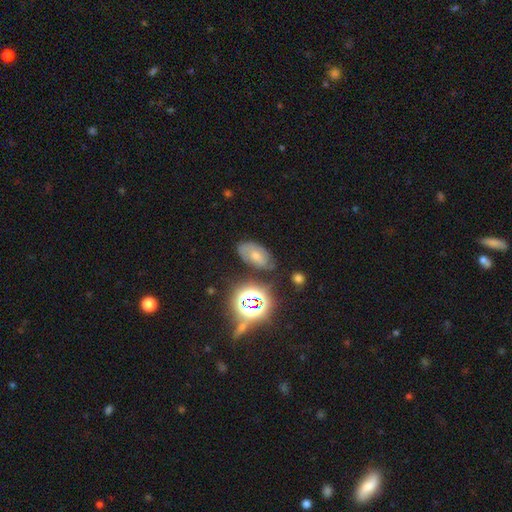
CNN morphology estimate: Q: Smooth or featured?
A: star or artifact (42%); runner-up: featured or disk (29%)